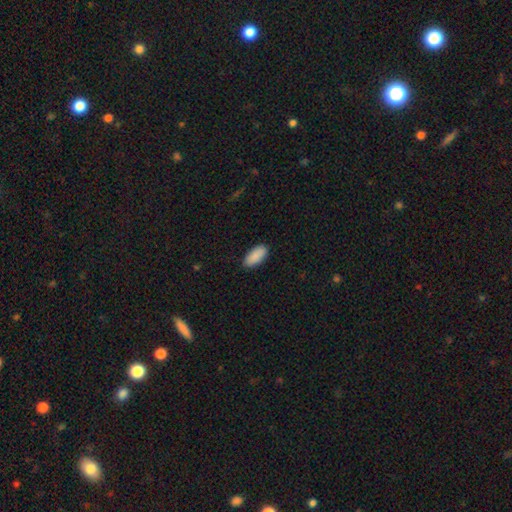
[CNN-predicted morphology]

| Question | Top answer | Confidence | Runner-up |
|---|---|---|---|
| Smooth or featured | smooth | 90% | star or artifact (6%) |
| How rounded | in between | 91% | cigar-shaped (7%) |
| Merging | none | 88% | minor disturbance (9%) |